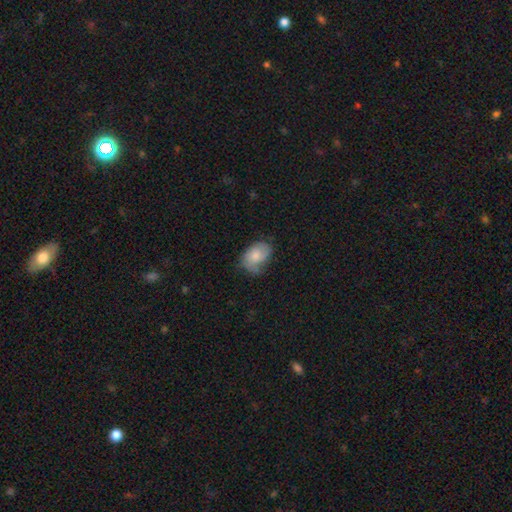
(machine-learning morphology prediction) A smooth galaxy with no disk features (68%) that is in between round and cigar-shaped (80%). Merging: none (48%).